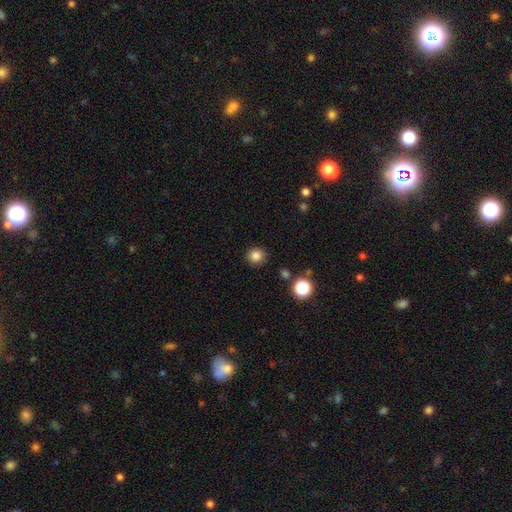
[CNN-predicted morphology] Q: Smooth or featured?
A: smooth (84%); runner-up: star or artifact (13%)
Q: How rounded?
A: round (92%); runner-up: in between (7%)
Q: Merging?
A: none (91%); runner-up: minor disturbance (6%)